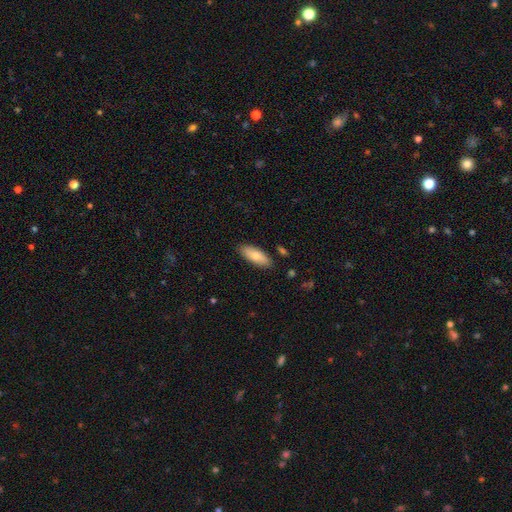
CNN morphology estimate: smooth_or_featured: smooth (p=0.79) [alt: featured or disk p=0.15]
how_rounded: in between (p=0.76) [alt: cigar-shaped p=0.22]
merging: none (p=0.86) [alt: minor disturbance p=0.10]